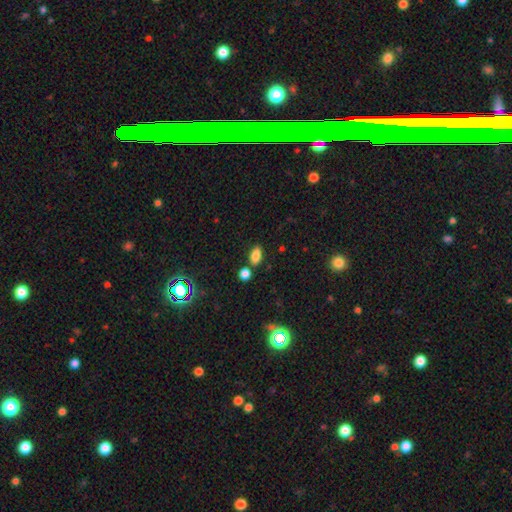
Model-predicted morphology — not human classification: The model was most divided on "merging": none: 77%, minor disturbance: 11%, merger: 9%, major disturbance: 3%. More confident: how rounded — in between (86%); smooth or featured — smooth (81%).